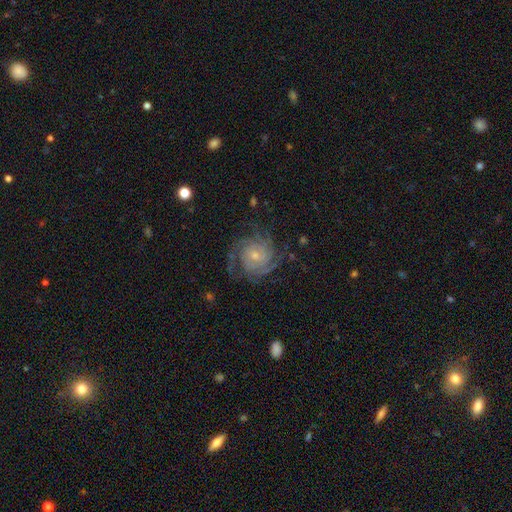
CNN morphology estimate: Overall: featured or disk (82%). Edge-on disk: no (97%). Bar: no (70%). Spiral arms: yes (95%). Spiral arm count: can't tell (30%; 4 22%). Spiral winding: tight (65%; medium 28%). Bulge size: small (62%; moderate 32%). Merging: none (72%).